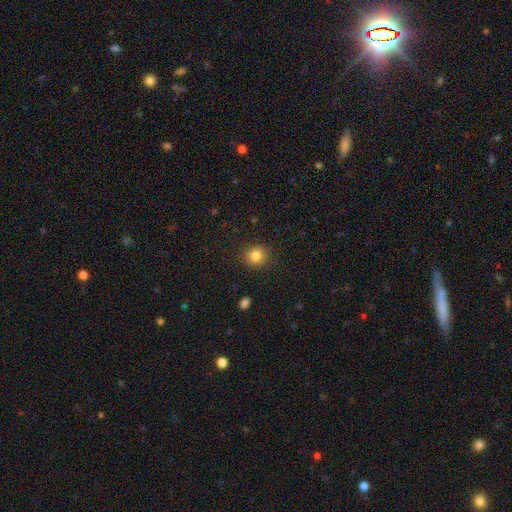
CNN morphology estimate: Smooth or featured: smooth — 83% (star or artifact — 11%)
How rounded: round — 89% (in between — 10%)
Merging: none — 90% (minor disturbance — 7%)